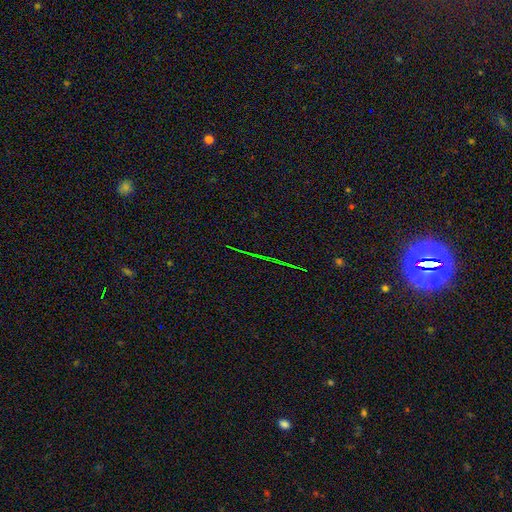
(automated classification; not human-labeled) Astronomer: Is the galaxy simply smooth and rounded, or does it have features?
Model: star or artifact — 81%.